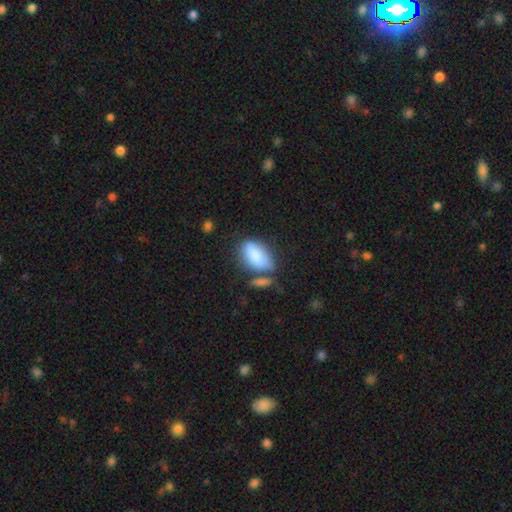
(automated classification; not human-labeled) Smooth or featured: smooth — 83% (featured or disk — 11%)
How rounded: in between — 89% (cigar-shaped — 5%)
Merging: none — 50% (minor disturbance — 21%)